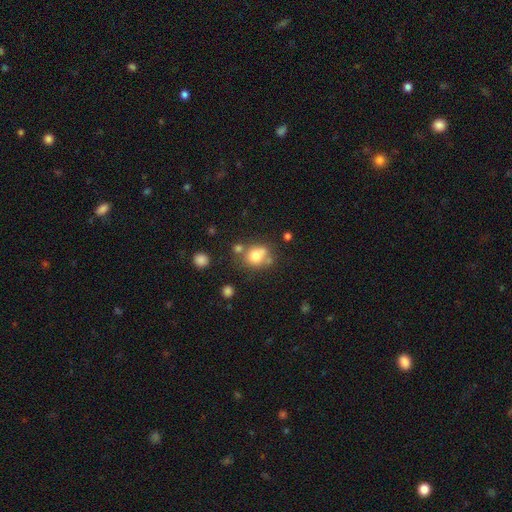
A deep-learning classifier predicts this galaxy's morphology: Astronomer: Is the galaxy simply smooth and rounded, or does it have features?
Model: smooth — 74%.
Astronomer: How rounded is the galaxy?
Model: round — 69%.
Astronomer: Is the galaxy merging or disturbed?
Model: none — 50% (runner-up: merger, 27%).